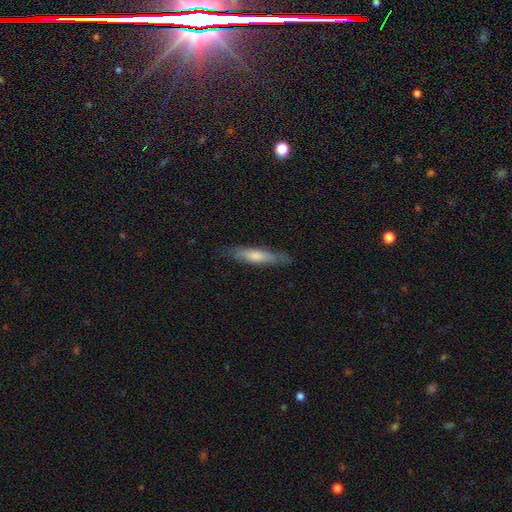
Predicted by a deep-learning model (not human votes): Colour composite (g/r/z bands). It shows a smooth galaxy with no disk features (63%) that is cigar-shaped (83%). Merging: none (82%).